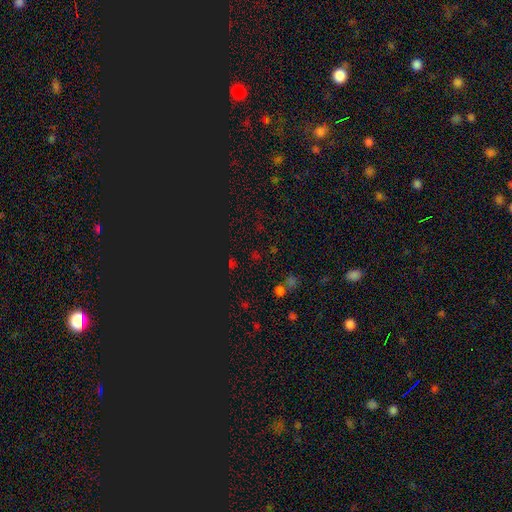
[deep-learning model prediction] Overall: star or artifact (62%; smooth 31%).